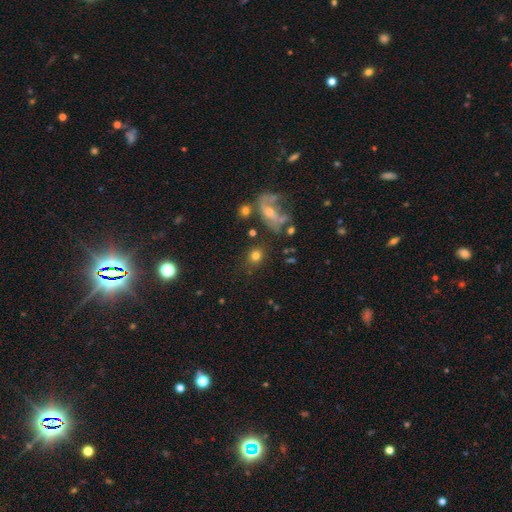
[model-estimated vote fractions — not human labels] This appears to be a smooth galaxy with no disk features (75%) that is round (70%). Merging: none (71%).